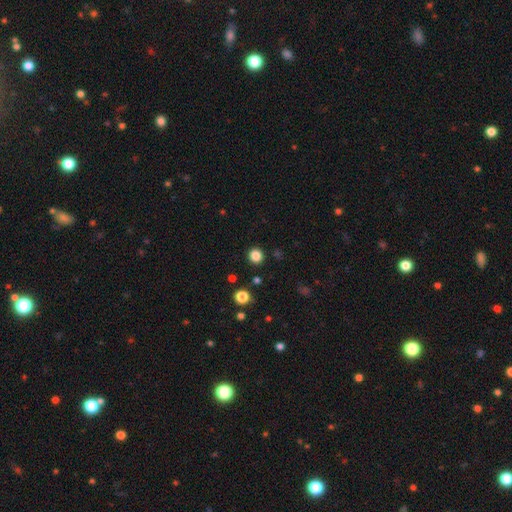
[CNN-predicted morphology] Q: Smooth or featured?
A: smooth (84%); runner-up: star or artifact (12%)
Q: How rounded?
A: round (93%); runner-up: in between (6%)
Q: Merging?
A: none (92%); runner-up: minor disturbance (5%)